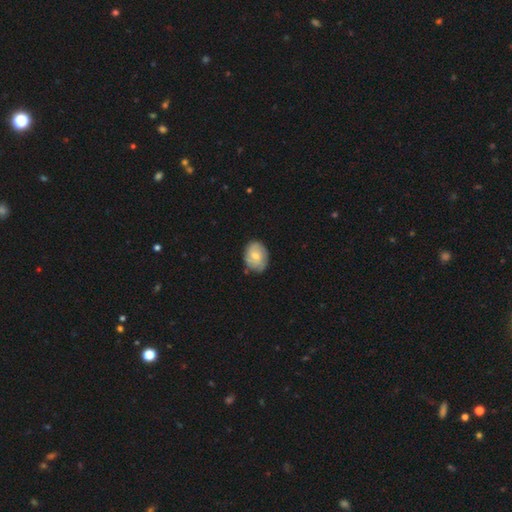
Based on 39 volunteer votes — A smooth galaxy with no disk features (54%) that is in between round and cigar-shaped (52%).

Vote fractions:
- Smooth or featured? smooth: 54% / featured or disk: 44% / star or artifact: 3%
- How rounded? in between: 52% / round: 48% / cigar-shaped: 0%
- Merging? none: 74% / minor disturbance: 24% / major disturbance: 3% / merger: 0%